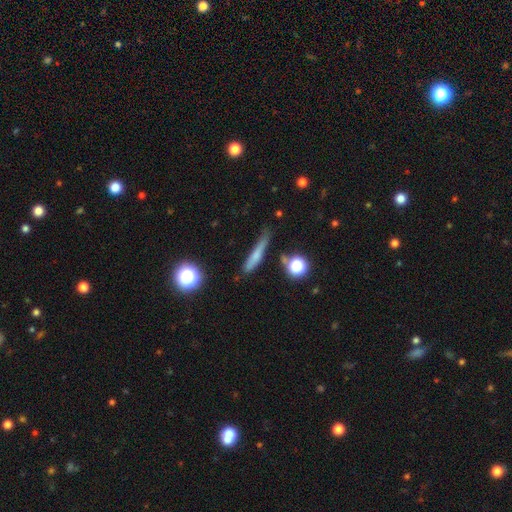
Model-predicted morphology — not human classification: A smooth galaxy with no disk features (62%) that is cigar-shaped (85%). Merging: none (68%).